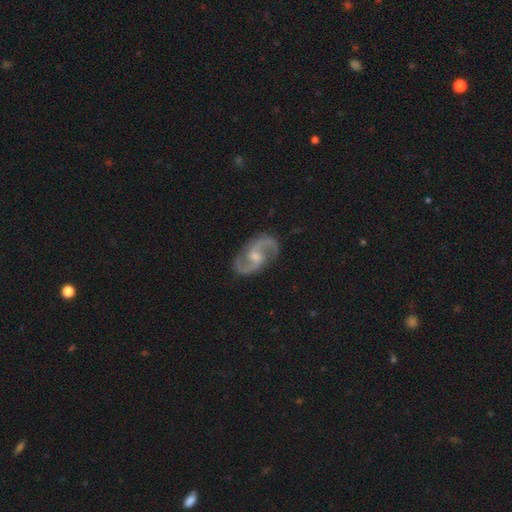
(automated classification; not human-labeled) smooth_or_featured: featured or disk (p=0.92) [alt: star or artifact p=0.04]
disk_edge_on: no (p=0.98) [alt: yes p=0.02]
bar: no (p=0.47) [alt: weak p=0.43]
has_spiral_arms: yes (p=0.98) [alt: no p=0.02]
spiral_winding: medium (p=0.58) [alt: loose p=0.30]
spiral_arm_count: 2 (p=0.94) [alt: can't tell p=0.01]
bulge_size: small (p=0.49) [alt: moderate p=0.44]
merging: none (p=0.85) [alt: minor disturbance p=0.11]